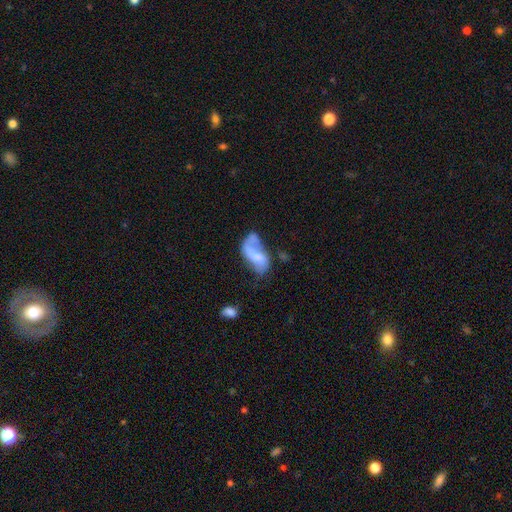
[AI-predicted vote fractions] This appears to be a featured or disk galaxy (56%) with no bar (50%), spiral arms (64%) and a moderate central bulge (40%). Merging: major disturbance (31%).